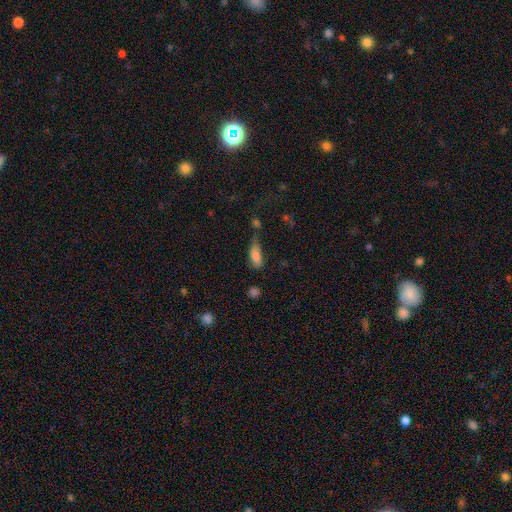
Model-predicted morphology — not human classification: smooth 80%, featured or disk 11%, star or artifact 9%. Down the decision tree: how rounded — in between (78%); merging — none (39%).